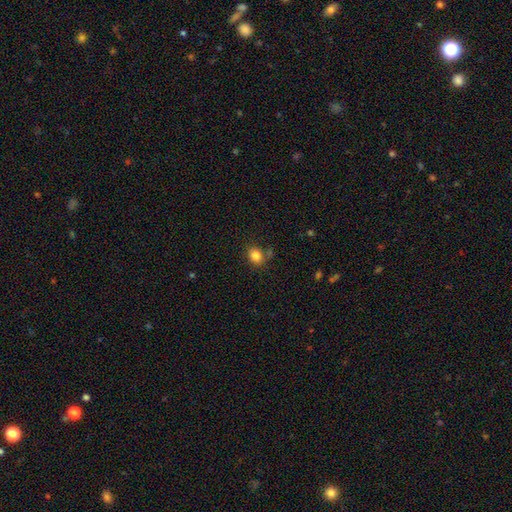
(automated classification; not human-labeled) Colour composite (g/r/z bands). It shows a smooth galaxy with no disk features (83%) that is round (53%). Merging: none (74%).